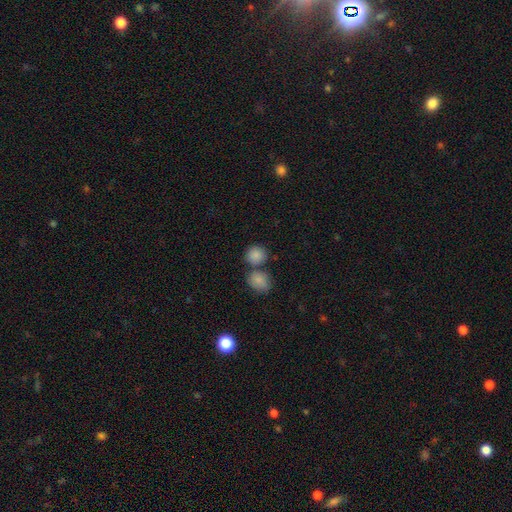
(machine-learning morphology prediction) This appears to be a smooth galaxy with no disk features (86%) that is round (79%). Merging: none (55%).